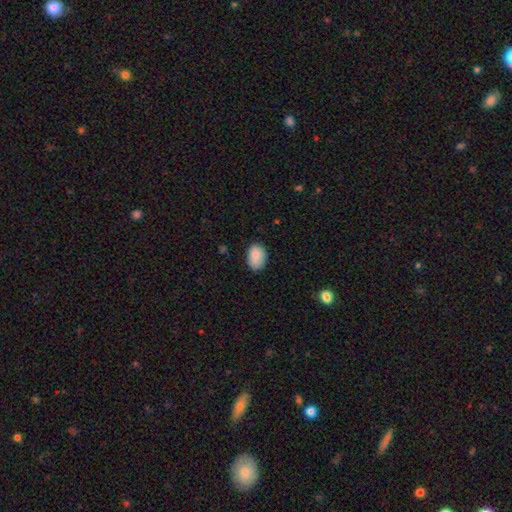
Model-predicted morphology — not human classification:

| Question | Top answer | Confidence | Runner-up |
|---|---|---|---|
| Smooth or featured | smooth | 89% | star or artifact (7%) |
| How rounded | in between | 83% | round (16%) |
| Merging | none | 81% | minor disturbance (16%) |